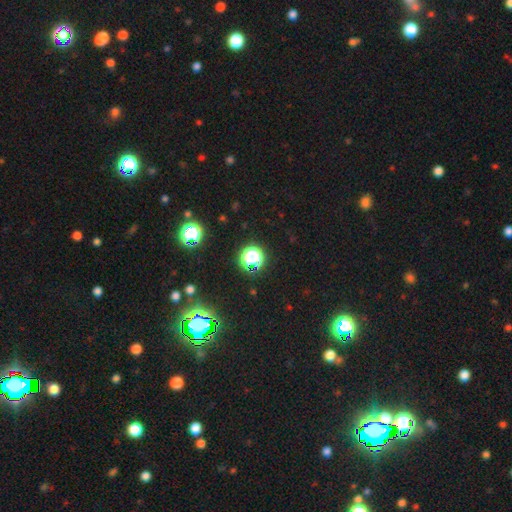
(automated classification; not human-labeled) Overall: star or artifact (52%; smooth 38%).